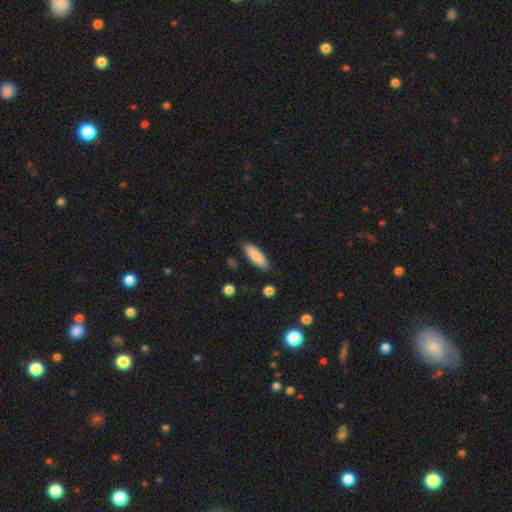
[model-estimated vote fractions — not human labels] Morphology: type=smooth (86%); roundness=in between (55%); merging=none (86%).